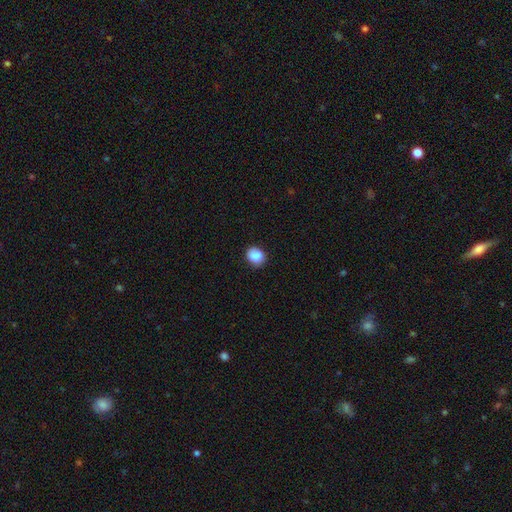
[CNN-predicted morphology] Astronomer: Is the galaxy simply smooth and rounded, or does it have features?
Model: smooth — 85%.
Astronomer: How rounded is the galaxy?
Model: round — 62%.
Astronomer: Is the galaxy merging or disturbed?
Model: none — 75%.